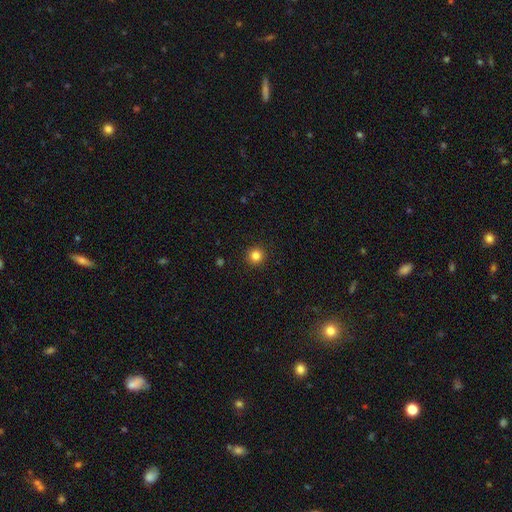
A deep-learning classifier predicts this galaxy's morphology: type=smooth (84%); roundness=round (95%); merging=none (93%).